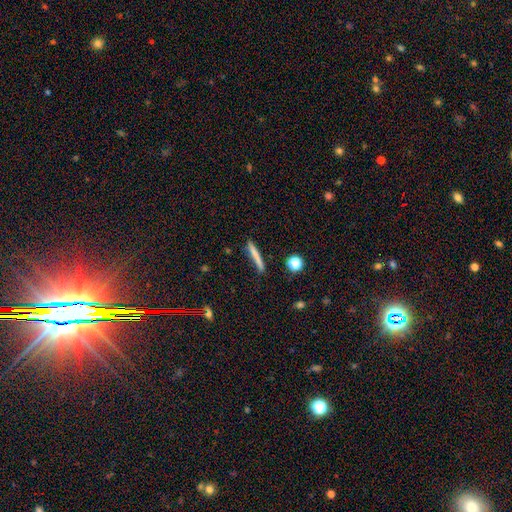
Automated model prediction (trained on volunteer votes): Smooth or featured?
  - smooth: 70% *
  - featured or disk: 22%
  - star or artifact: 8%
How rounded?
  - cigar-shaped: 94% *
  - in between: 4%
  - round: 2%
Merging?
  - none: 86% *
  - minor disturbance: 10%
  - major disturbance: 2%
  - merger: 2%